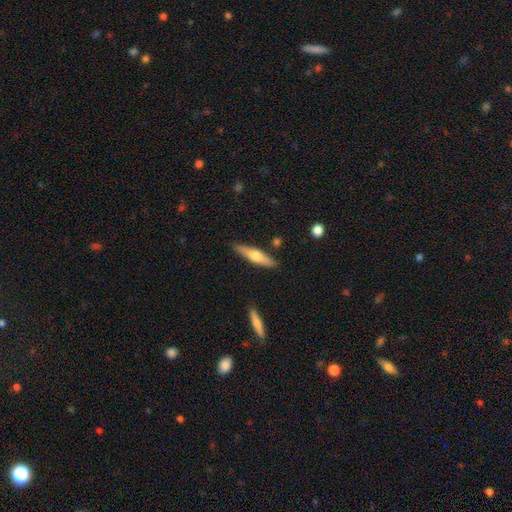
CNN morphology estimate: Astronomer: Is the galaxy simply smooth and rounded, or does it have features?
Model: smooth — 51% (runner-up: featured or disk, 44%).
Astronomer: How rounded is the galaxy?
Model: cigar-shaped — 77%.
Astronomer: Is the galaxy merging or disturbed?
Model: none — 85%.